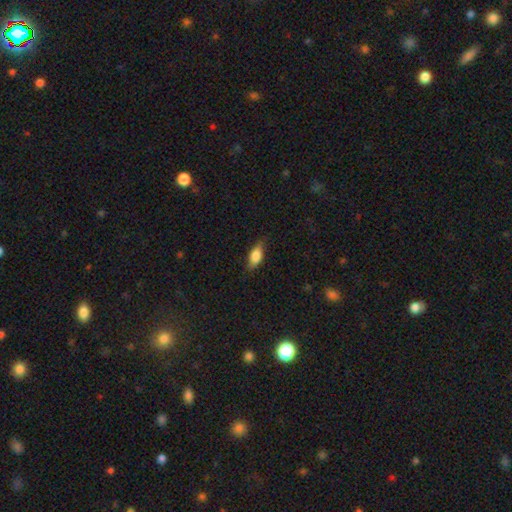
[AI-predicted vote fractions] A smooth galaxy with no disk features (77%) that is in between round and cigar-shaped (83%). Merging: none (77%).